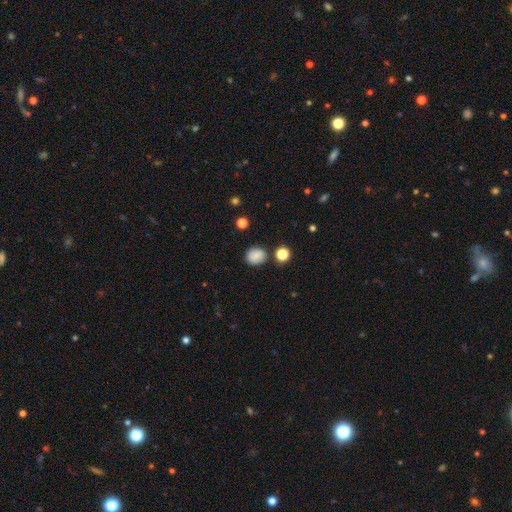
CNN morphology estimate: The model was most divided on "how rounded": round: 67%, in between: 32%, cigar-shaped: 1%. More confident: smooth or featured — smooth (83%); merging — none (79%).